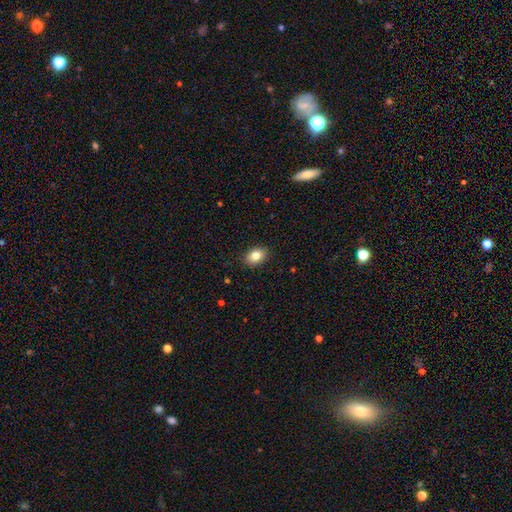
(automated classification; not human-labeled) This appears to be a smooth galaxy with no disk features (84%) that is in between round and cigar-shaped (77%). Merging: none (89%).